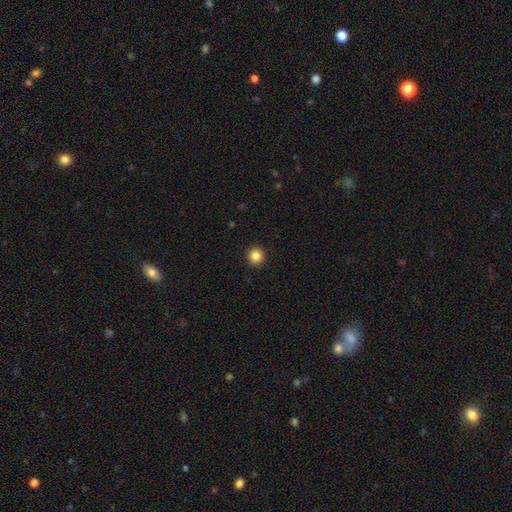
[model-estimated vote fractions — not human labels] This is clearly a smooth galaxy (85%). How rounded: clearly round (92%). Merging: clearly none (93%).